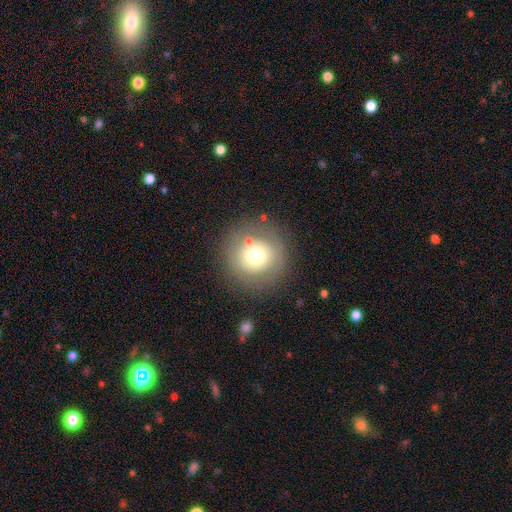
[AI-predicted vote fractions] Smooth or featured? Predicted: smooth (p=0.63). How rounded? Predicted: round (p=0.95). Merging? Predicted: none (p=0.81).